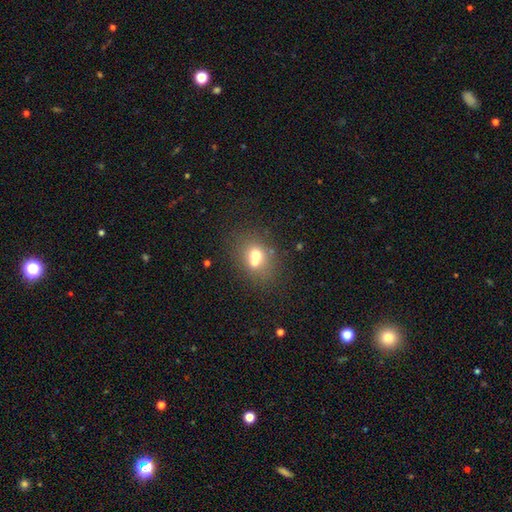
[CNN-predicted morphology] A smooth galaxy with no disk features (62%) that is round (59%).

Vote fractions:
- Smooth or featured? smooth: 62% / featured or disk: 25% / star or artifact: 13%
- How rounded? round: 59% / in between: 40% / cigar-shaped: 1%
- Merging? merger: 52% / none: 36% / minor disturbance: 8% / major disturbance: 4%